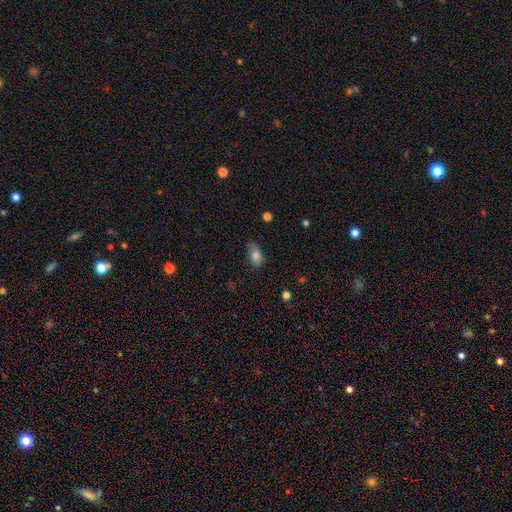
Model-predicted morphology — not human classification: This appears to be a smooth galaxy with no disk features (81%) that is in between round and cigar-shaped (88%). Merging: none (61%).